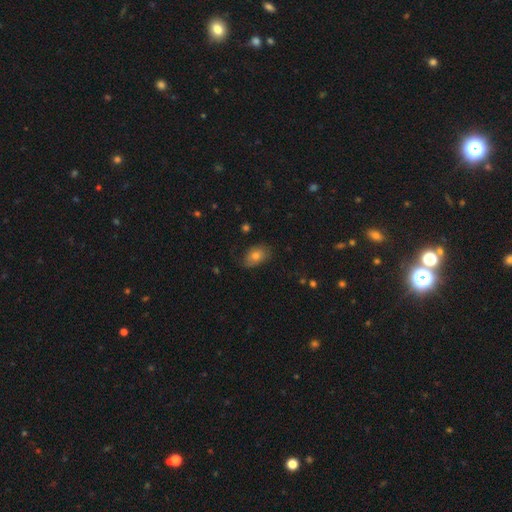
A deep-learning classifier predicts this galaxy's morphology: The model was most divided on "merging": none: 72%, minor disturbance: 22%, major disturbance: 5%, merger: 1%. More confident: how rounded — in between (83%); smooth or featured — smooth (73%).